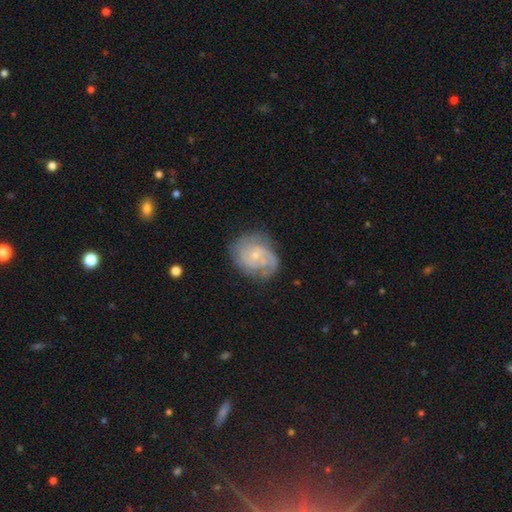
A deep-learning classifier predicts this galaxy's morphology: This is likely a featured or disk galaxy (74%). It is clearly not viewed edge-on (98%). Bar: likely no (71%). Spiral arm pattern: clearly yes (90%). Spiral arm count: marginally can't tell (34%). Spiral winding: possibly tight (54%). Central bulge: likely small (75%). Merging: likely none (67%).